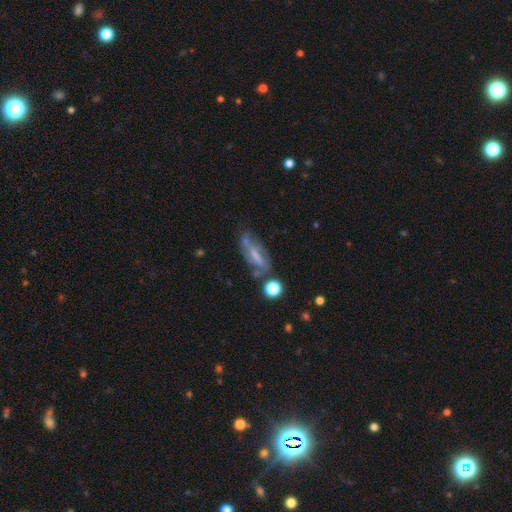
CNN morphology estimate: A featured or disk galaxy (49%).

Vote fractions:
- Smooth or featured? featured or disk: 49% / smooth: 39% / star or artifact: 12%
- Merging? none: 46% / minor disturbance: 25% / major disturbance: 17% / merger: 12%